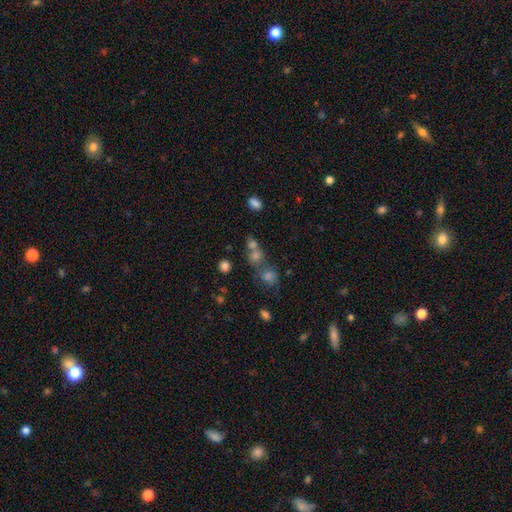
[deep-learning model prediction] Morphology: type=smooth (54%); roundness=round (75%); merging=none (49%).